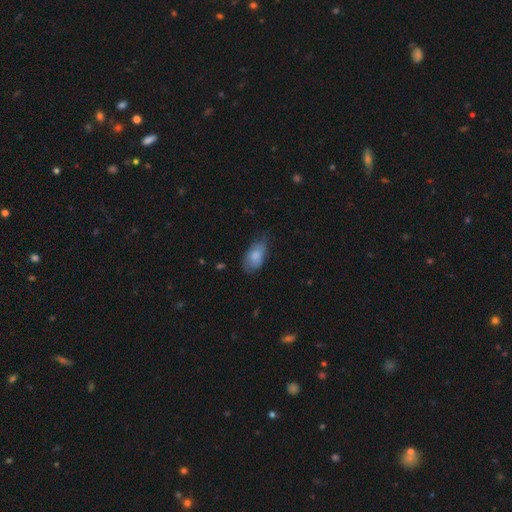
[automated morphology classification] smooth_or_featured: smooth (p=0.77) [alt: featured or disk p=0.16]
how_rounded: in between (p=0.92) [alt: round p=0.05]
merging: none (p=0.51) [alt: minor disturbance p=0.37]